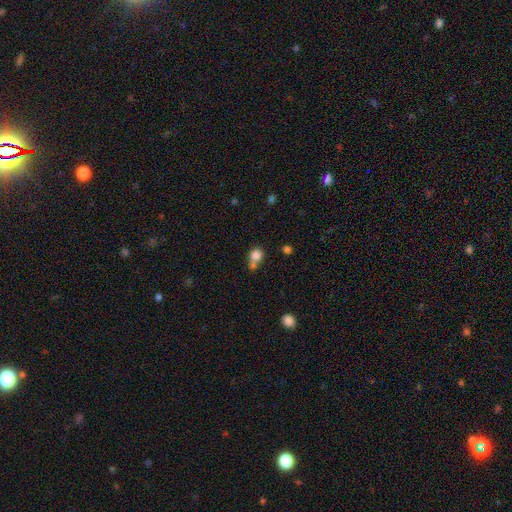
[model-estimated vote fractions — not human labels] A smooth galaxy with no disk features (82%) that is round (79%). Merging: none (46%).